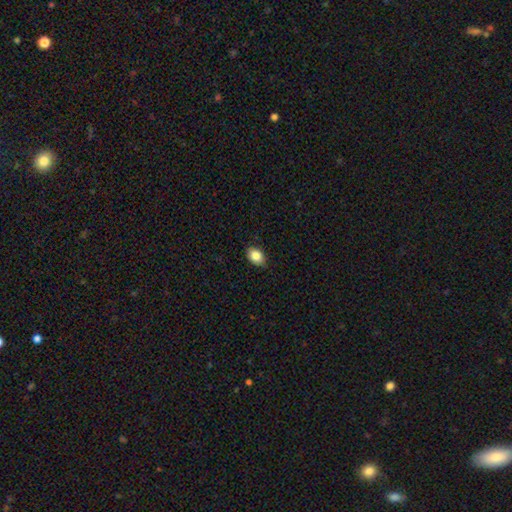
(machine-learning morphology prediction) Q: Smooth or featured?
A: smooth (85%); runner-up: star or artifact (8%)
Q: How rounded?
A: in between (80%); runner-up: round (19%)
Q: Merging?
A: none (85%); runner-up: minor disturbance (12%)